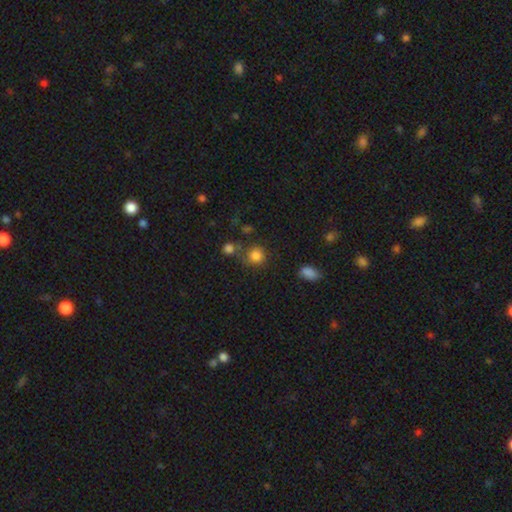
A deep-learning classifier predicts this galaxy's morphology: smooth 82%, star or artifact 12%, featured or disk 6%. Down the decision tree: how rounded — round (89%); merging — none (69%).